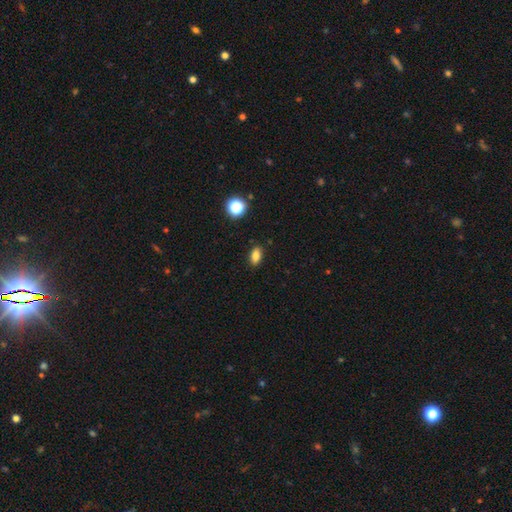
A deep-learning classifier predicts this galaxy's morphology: The model was most divided on "smooth or featured": smooth: 82%, star or artifact: 11%, featured or disk: 7%. More confident: merging — none (89%); how rounded — in between (86%).